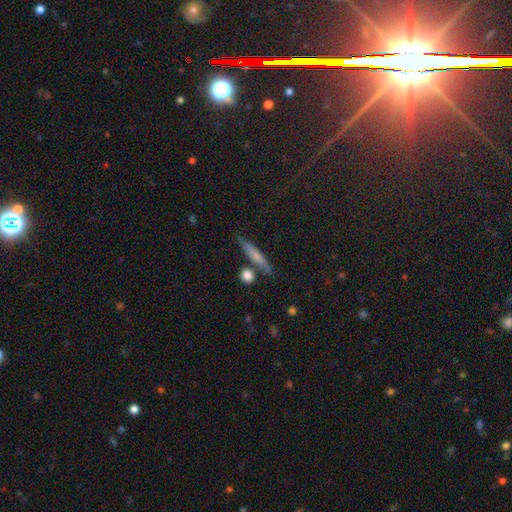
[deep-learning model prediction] smooth_or_featured: smooth (p=0.62) [alt: featured or disk p=0.29]
how_rounded: cigar-shaped (p=0.86) [alt: in between p=0.09]
merging: none (p=0.77) [alt: minor disturbance p=0.13]